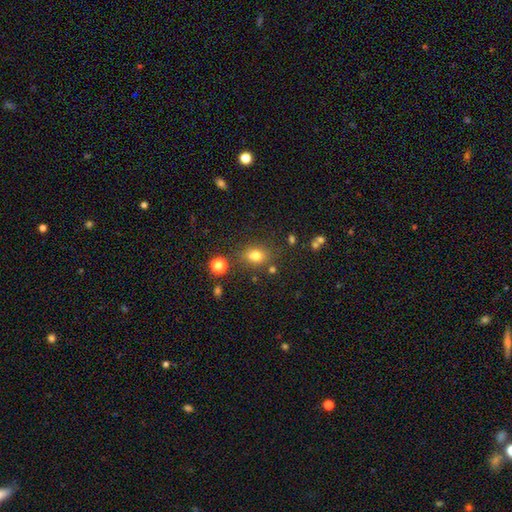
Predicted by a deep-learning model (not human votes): This is likely a smooth galaxy (77%). How rounded: possibly in between (58%). Merging: likely none (74%).